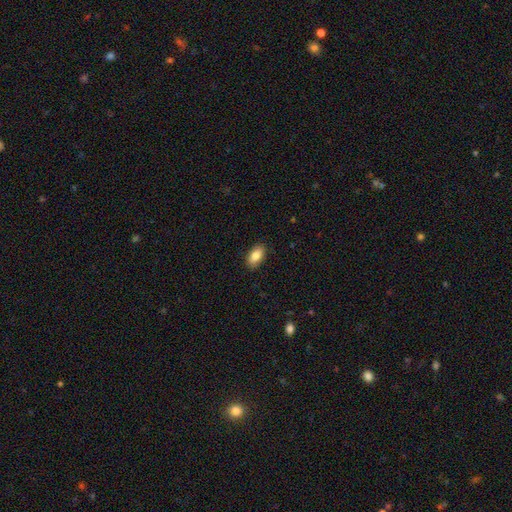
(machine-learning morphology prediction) Smooth or featured: smooth — 83% (featured or disk — 10%)
How rounded: in between — 93% (round — 4%)
Merging: none — 88% (minor disturbance — 9%)